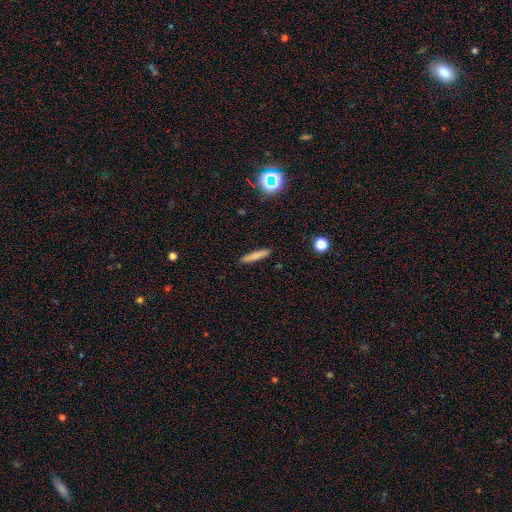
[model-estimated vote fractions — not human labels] Morphology: type=smooth (78%); roundness=cigar-shaped (91%); merging=none (90%).